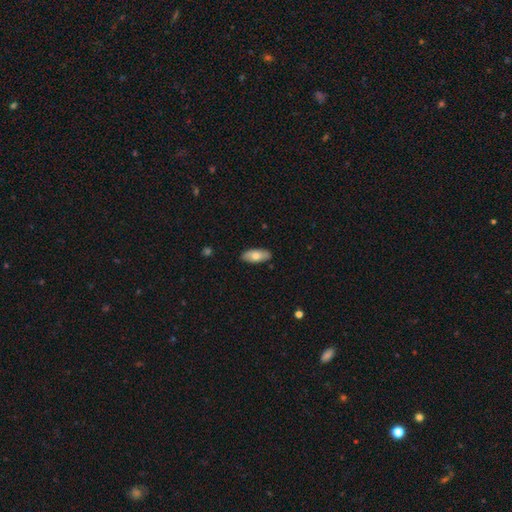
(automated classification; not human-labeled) A smooth galaxy with no disk features (71%) that is in between round and cigar-shaped (85%).

Vote fractions:
- Smooth or featured? smooth: 71% / featured or disk: 23% / star or artifact: 6%
- How rounded? in between: 85% / cigar-shaped: 12% / round: 2%
- Merging? none: 88% / minor disturbance: 9% / major disturbance: 2% / merger: 1%